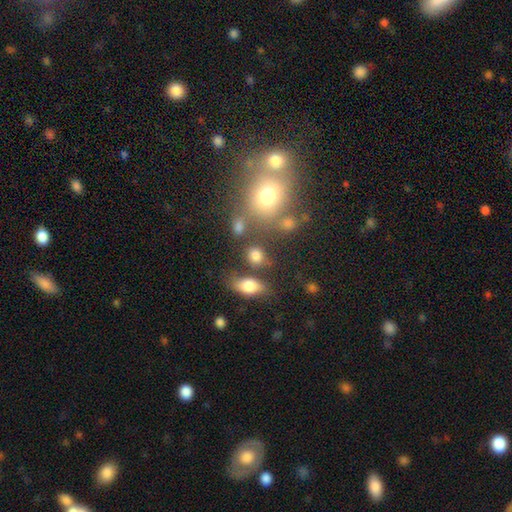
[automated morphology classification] smooth_or_featured: smooth (p=0.79) [alt: star or artifact p=0.12]
how_rounded: round (p=0.51) [alt: in between p=0.47]
merging: none (p=0.66) [alt: merger p=0.15]